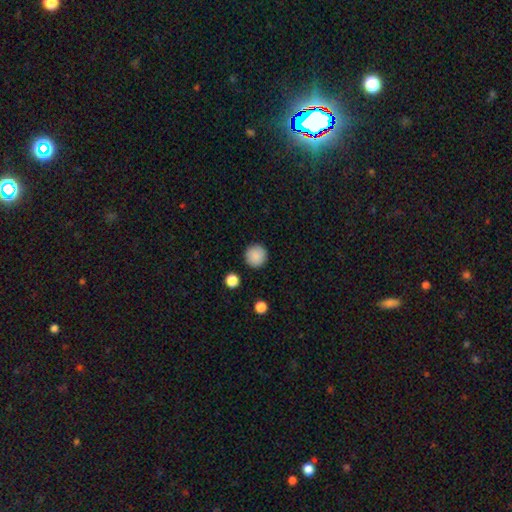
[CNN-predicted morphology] This appears to be a smooth galaxy with no disk features (88%) that is round (96%). Merging: none (92%).